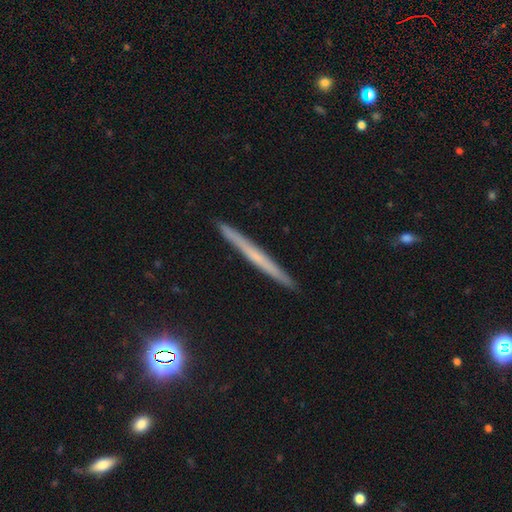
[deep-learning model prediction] smooth_or_featured: featured or disk (p=0.52) [alt: smooth p=0.39]
disk_edge_on: yes (p=0.97) [alt: no p=0.03]
edge_on_bulge: none (p=0.85) [alt: rounded p=0.11]
merging: none (p=0.92) [alt: minor disturbance p=0.05]